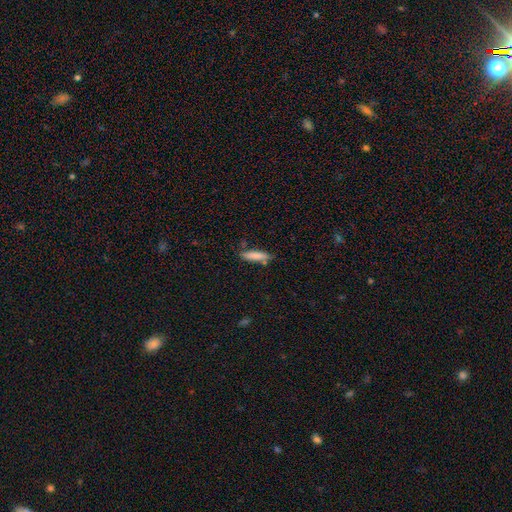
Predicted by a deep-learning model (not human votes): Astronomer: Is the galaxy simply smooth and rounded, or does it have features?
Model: smooth — 82%.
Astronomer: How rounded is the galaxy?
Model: cigar-shaped — 77%.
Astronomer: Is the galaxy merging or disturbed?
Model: none — 75%.